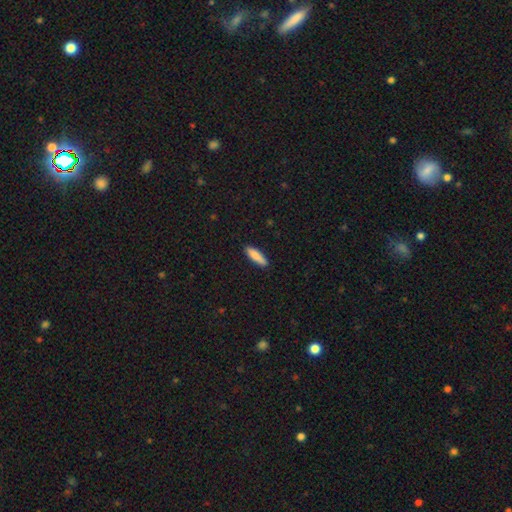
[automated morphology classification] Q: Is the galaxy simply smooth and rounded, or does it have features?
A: smooth — 87%.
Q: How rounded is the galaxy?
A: cigar-shaped — 68%.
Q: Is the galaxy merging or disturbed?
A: none — 88%.